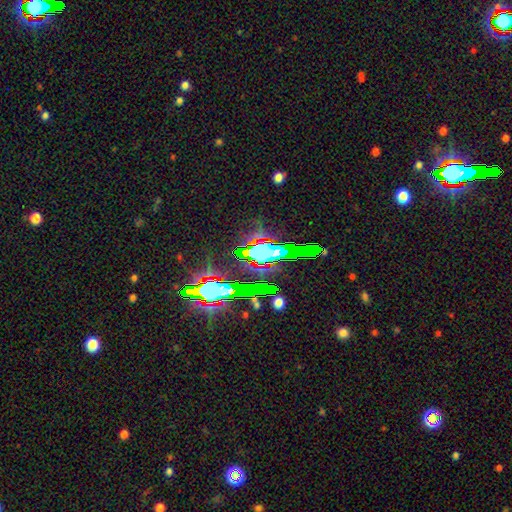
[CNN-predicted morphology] smooth_or_featured: star or artifact (p=0.66) [alt: featured or disk p=0.17]